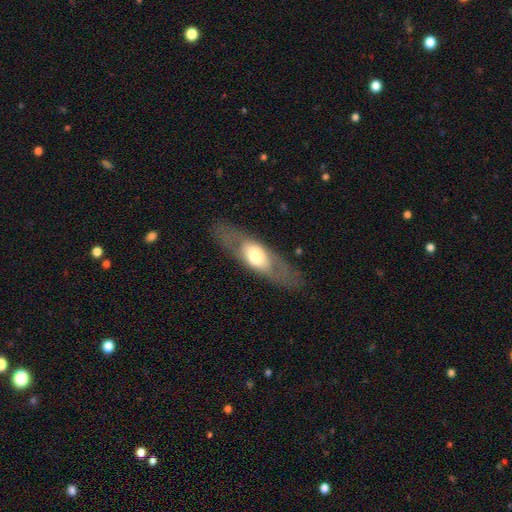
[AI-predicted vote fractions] featured or disk 53%, smooth 41%, star or artifact 6%. Down the decision tree: edge-on disk — no (64%); merging — none (79%).